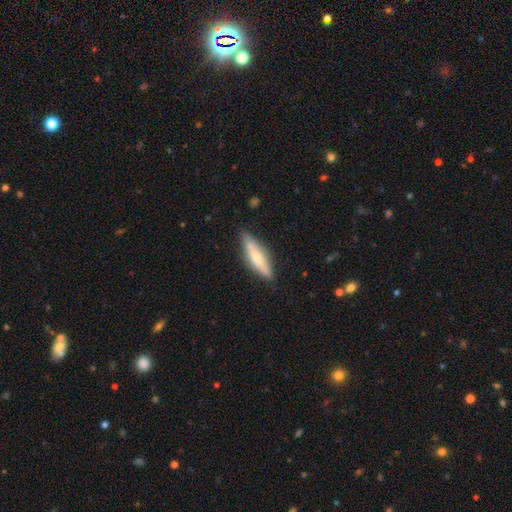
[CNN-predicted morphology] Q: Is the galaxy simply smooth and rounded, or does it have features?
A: smooth — 49%.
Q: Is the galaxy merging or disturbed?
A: none — 82%.